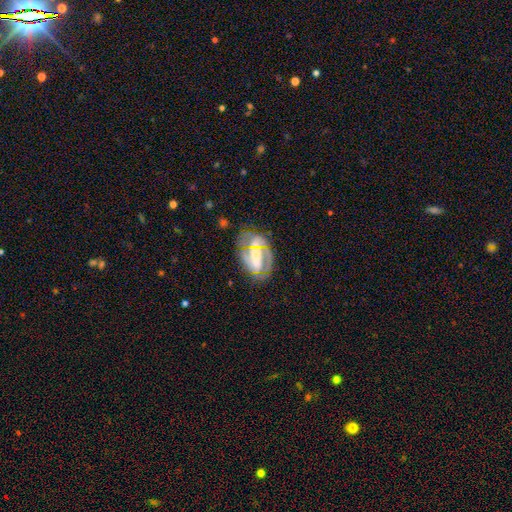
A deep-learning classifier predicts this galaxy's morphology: smooth-or-featured: featured or disk: 72% | smooth: 19% | star or artifact: 8%
  disk-edge-on: no: 95% | yes: 5%
    bar: strong: 41% | weak: 34% | no: 26%
    has-spiral-arms: yes: 70% | no: 30%
    bulge-size: moderate: 35% | small: 32% | large: 16% | none: 14% | dominant: 3%
  merging: none: 50% | minor disturbance: 23% | major disturbance: 20% | merger: 7%